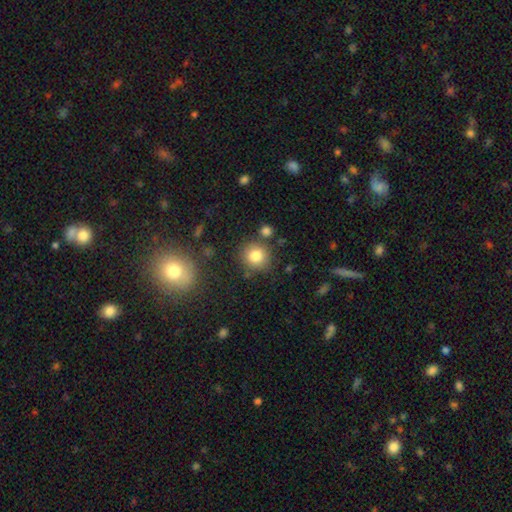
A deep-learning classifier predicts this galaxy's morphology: A smooth galaxy with no disk features (81%) that is round (89%). Merging: none (80%).